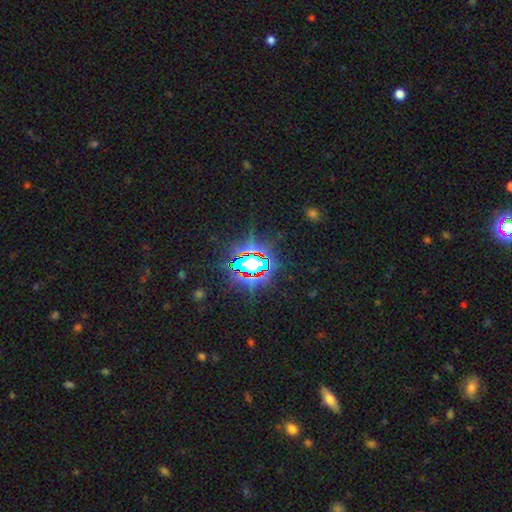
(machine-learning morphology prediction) This is clearly a star or artifact rather than a galaxy (82%).